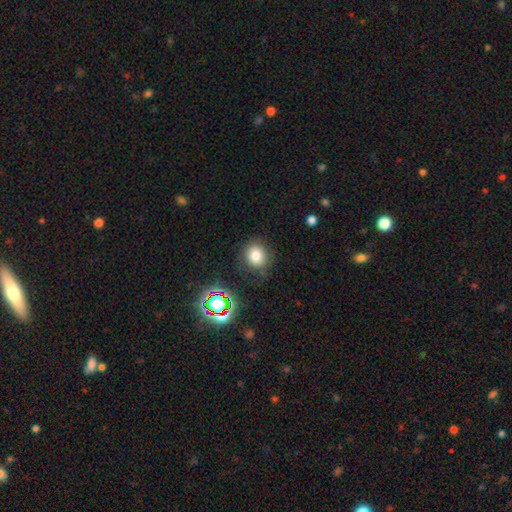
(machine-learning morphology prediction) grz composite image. It shows a smooth galaxy with no disk features (75%) that is round (85%). Merging: none (79%).